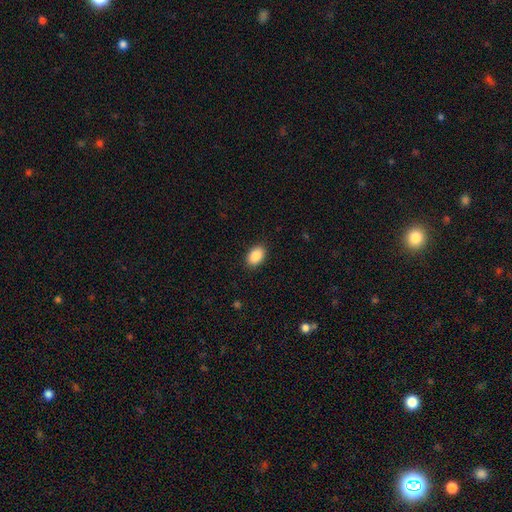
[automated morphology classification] This is clearly a smooth galaxy (89%). How rounded: clearly in between (84%). Merging: clearly none (89%).